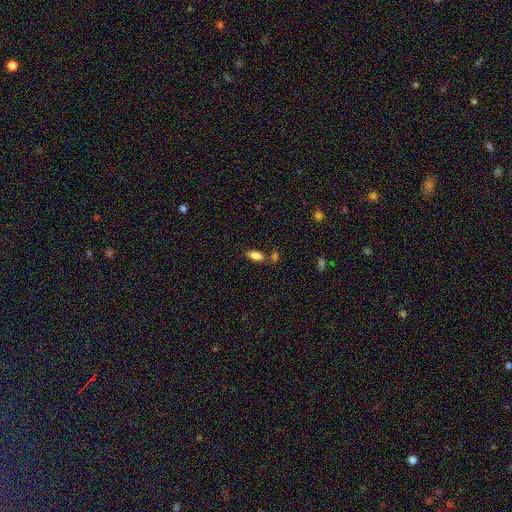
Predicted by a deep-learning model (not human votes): smooth-or-featured: smooth: 84% | star or artifact: 9% | featured or disk: 8%
  how-rounded: in between: 86% | cigar-shaped: 11% | round: 3%
  merging: none: 64% | merger: 18% | minor disturbance: 14% | major disturbance: 4%